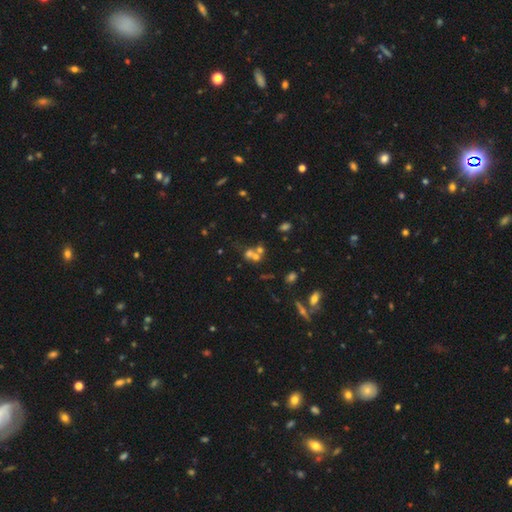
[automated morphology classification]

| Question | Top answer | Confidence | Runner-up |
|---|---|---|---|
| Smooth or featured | smooth | 47% | star or artifact (28%) |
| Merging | merger | 51% | none (36%) |